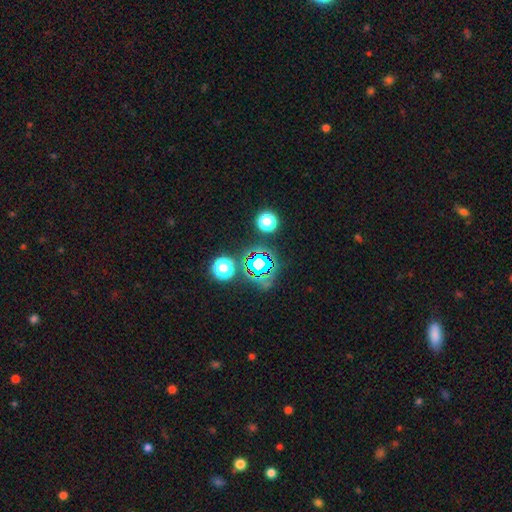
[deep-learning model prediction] Smooth or featured? Predicted: star or artifact (p=0.69).